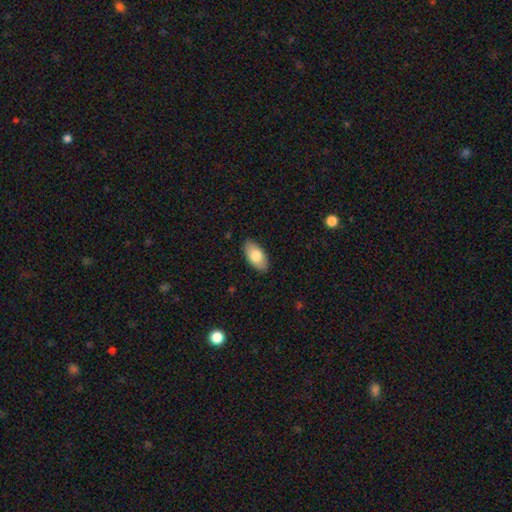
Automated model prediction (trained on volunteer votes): This is likely a smooth galaxy (78%). How rounded: clearly in between (94%). Merging: clearly none (87%).